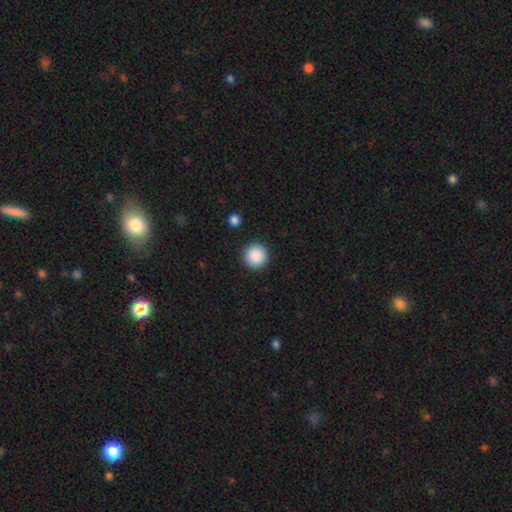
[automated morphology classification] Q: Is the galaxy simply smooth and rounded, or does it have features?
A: smooth — 89%.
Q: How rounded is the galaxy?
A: round — 96%.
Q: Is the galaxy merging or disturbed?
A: none — 92%.